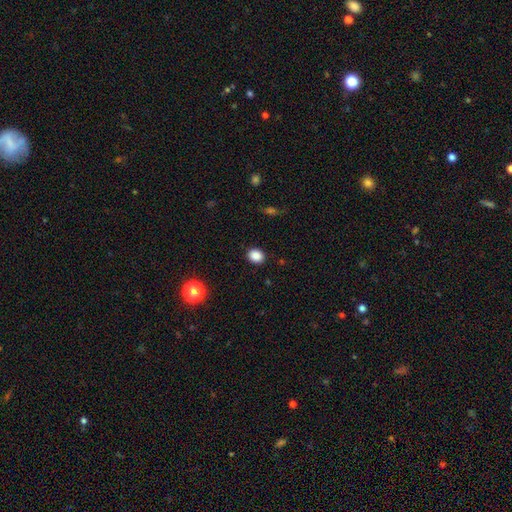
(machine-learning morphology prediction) Smooth or featured?
  - smooth: 87% *
  - star or artifact: 10%
  - featured or disk: 3%
How rounded?
  - round: 55% *
  - in between: 44%
  - cigar-shaped: 1%
Merging?
  - none: 89% *
  - minor disturbance: 7%
  - major disturbance: 2%
  - merger: 1%